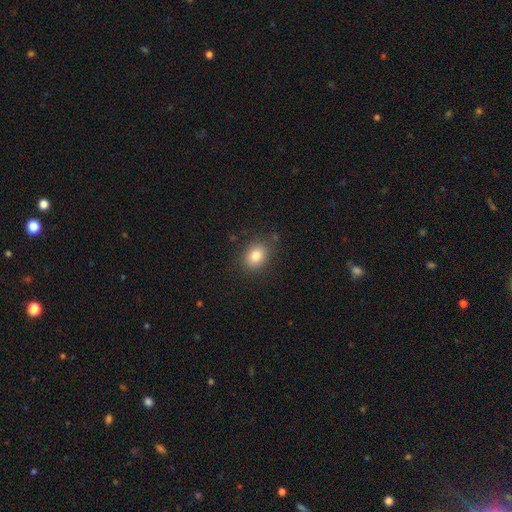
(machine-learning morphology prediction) A smooth galaxy with no disk features (83%) that is in between round and cigar-shaped (58%). Merging: none (83%).